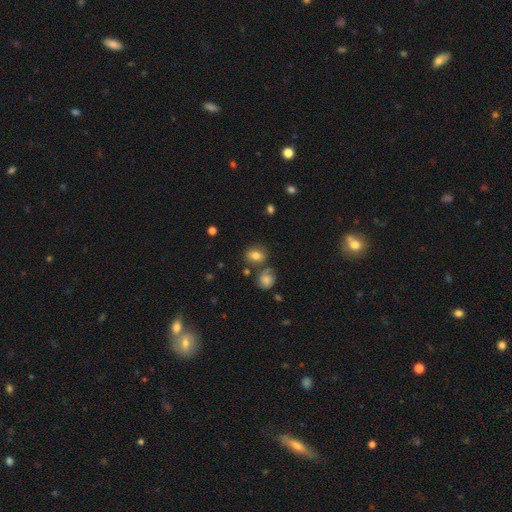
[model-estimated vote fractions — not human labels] The model was most divided on "how rounded": in between: 52%, round: 47%, cigar-shaped: 1%. More confident: smooth or featured — smooth (76%); merging — none (65%).